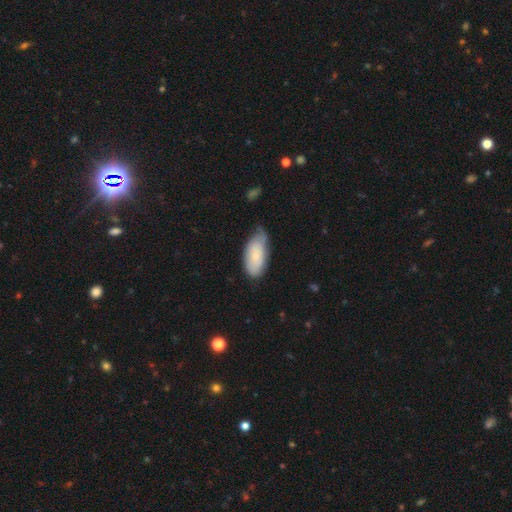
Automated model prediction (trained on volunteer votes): The model was most divided on "merging": none: 49%, minor disturbance: 40%, major disturbance: 9%, merger: 3%. More confident: how rounded — in between (93%); smooth or featured — smooth (70%).